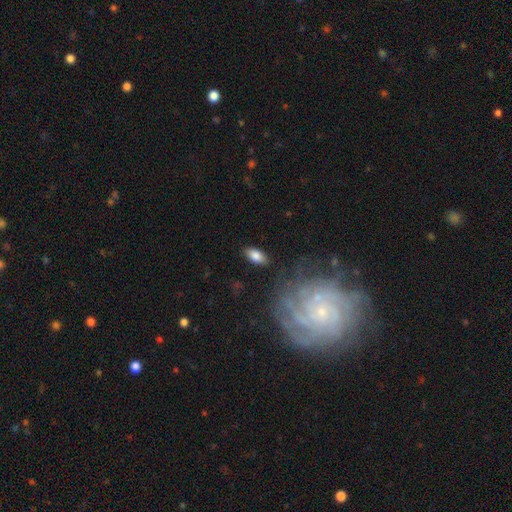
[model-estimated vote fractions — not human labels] smooth-or-featured: smooth: 83% | featured or disk: 10% | star or artifact: 7%
  how-rounded: in between: 91% | cigar-shaped: 5% | round: 3%
  merging: none: 85% | minor disturbance: 10% | major disturbance: 3% | merger: 2%